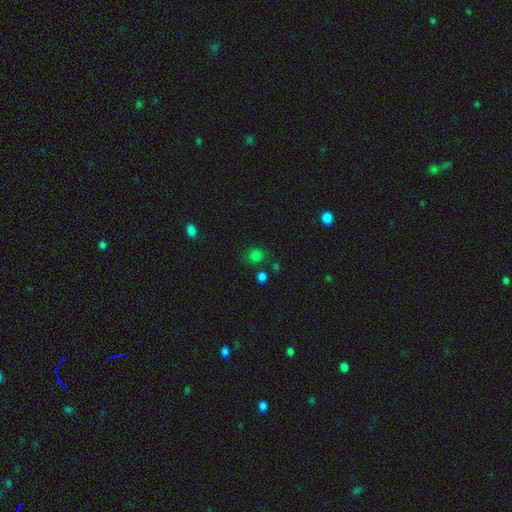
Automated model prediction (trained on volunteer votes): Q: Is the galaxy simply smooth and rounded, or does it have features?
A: smooth — 78%.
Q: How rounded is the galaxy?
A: round — 74%.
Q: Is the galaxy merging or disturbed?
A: none — 75%.